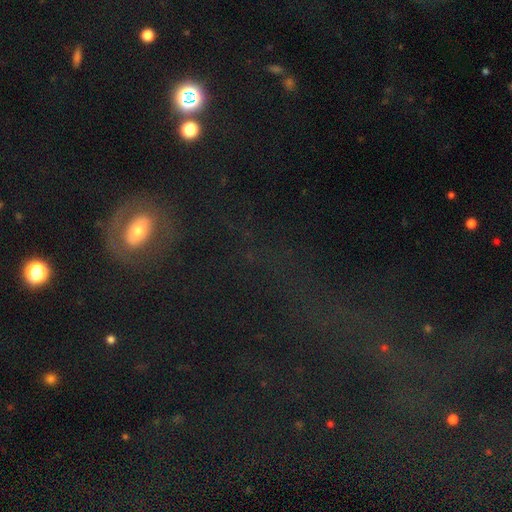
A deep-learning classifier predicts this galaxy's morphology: Smooth or featured: star or artifact — 39% (smooth — 33%)